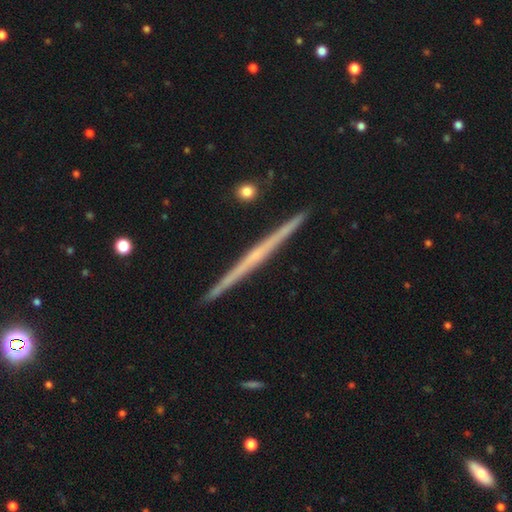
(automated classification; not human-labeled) smooth_or_featured: featured or disk (p=0.74) [alt: smooth p=0.20]
disk_edge_on: yes (p=0.98) [alt: no p=0.02]
edge_on_bulge: none (p=0.71) [alt: rounded p=0.24]
merging: none (p=0.92) [alt: minor disturbance p=0.06]